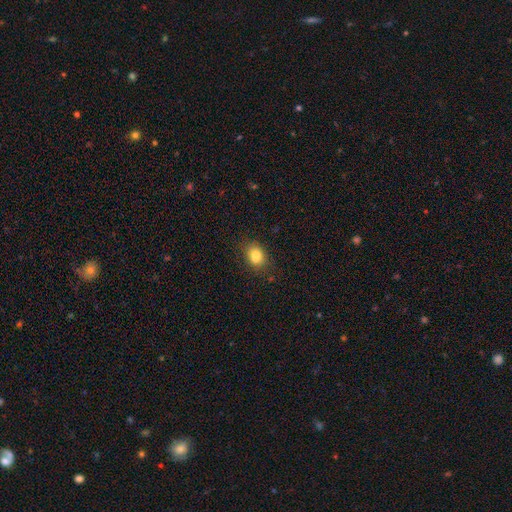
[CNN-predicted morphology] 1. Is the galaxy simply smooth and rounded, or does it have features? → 82% smooth, 11% star or artifact, 8% featured or disk.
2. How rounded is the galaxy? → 57% in between, 41% round, 1% cigar-shaped.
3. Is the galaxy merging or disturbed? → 74% none, 17% minor disturbance, 5% merger, 4% major disturbance.